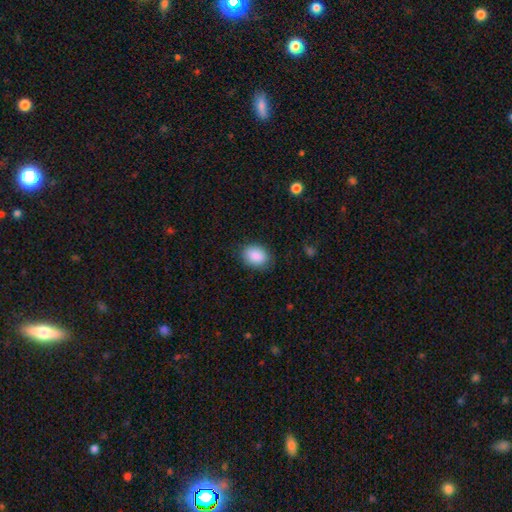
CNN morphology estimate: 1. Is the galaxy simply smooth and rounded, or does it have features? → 89% smooth, 7% star or artifact, 4% featured or disk.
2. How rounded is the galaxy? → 70% in between, 29% round, 1% cigar-shaped.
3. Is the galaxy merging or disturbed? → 83% none, 13% minor disturbance, 3% major disturbance, 1% merger.